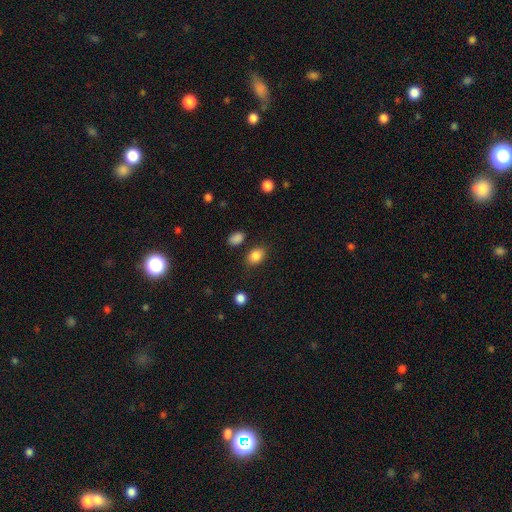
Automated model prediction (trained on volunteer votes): This is clearly a smooth galaxy (85%). How rounded: likely in between (70%). Merging: clearly none (81%).